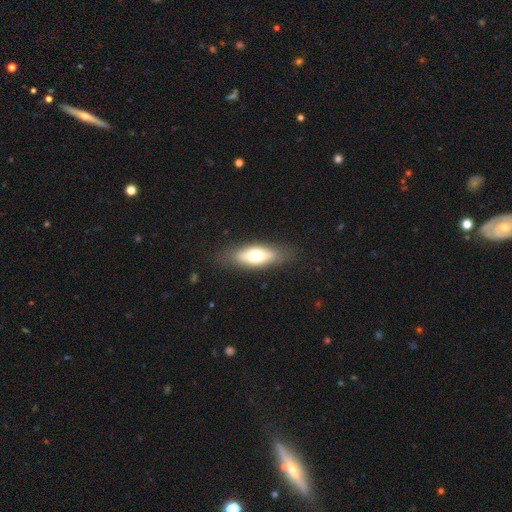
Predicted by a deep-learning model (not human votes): smooth 64%, featured or disk 30%, star or artifact 7%. Down the decision tree: how rounded — in between (73%); merging — none (81%).